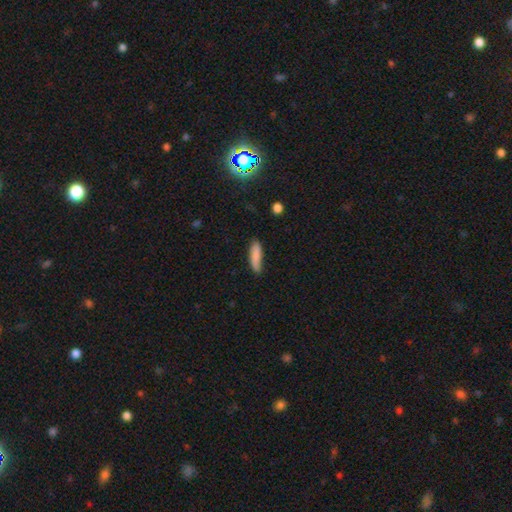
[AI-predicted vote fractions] Q: Smooth or featured?
A: smooth (82%); runner-up: featured or disk (12%)
Q: How rounded?
A: cigar-shaped (66%); runner-up: in between (32%)
Q: Merging?
A: none (74%); runner-up: minor disturbance (21%)